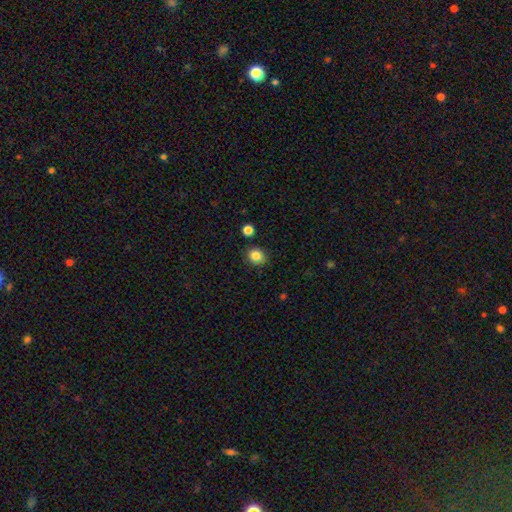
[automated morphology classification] Overall: smooth (85%). How rounded: round (69%; in between 30%). Merging: none (85%).